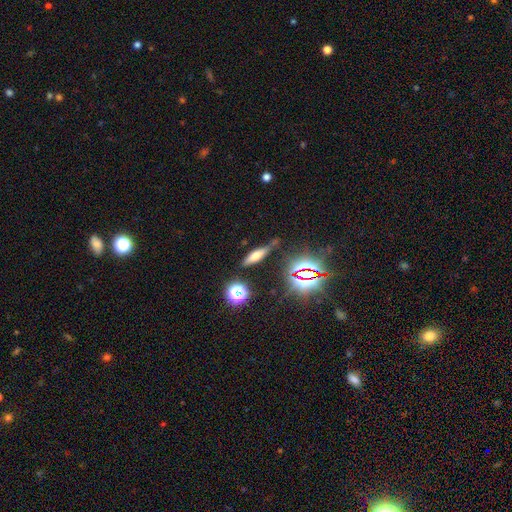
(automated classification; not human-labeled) Smooth or featured? smooth (52%)
How rounded? cigar-shaped (59%)
Merging? none (71%)